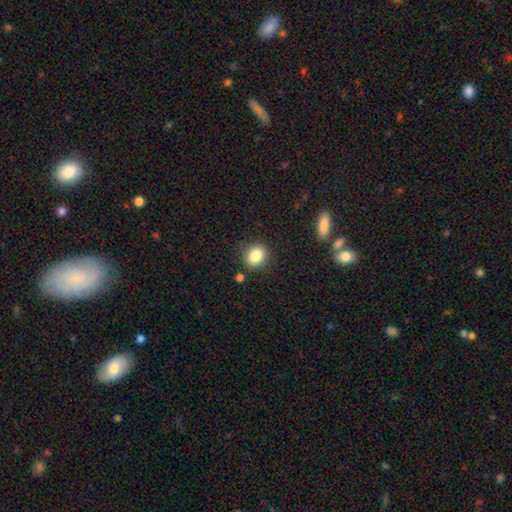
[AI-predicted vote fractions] smooth_or_featured: smooth (p=0.85) [alt: star or artifact p=0.09]
how_rounded: round (p=0.52) [alt: in between p=0.47]
merging: none (p=0.83) [alt: minor disturbance p=0.11]